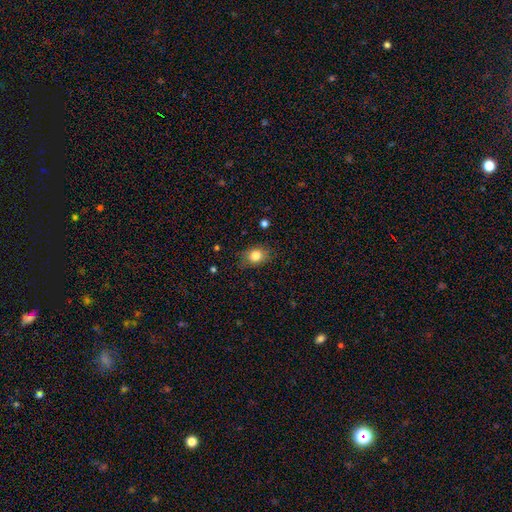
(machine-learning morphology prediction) smooth 83%, star or artifact 10%, featured or disk 8%. Down the decision tree: how rounded — in between (57%); merging — none (80%).